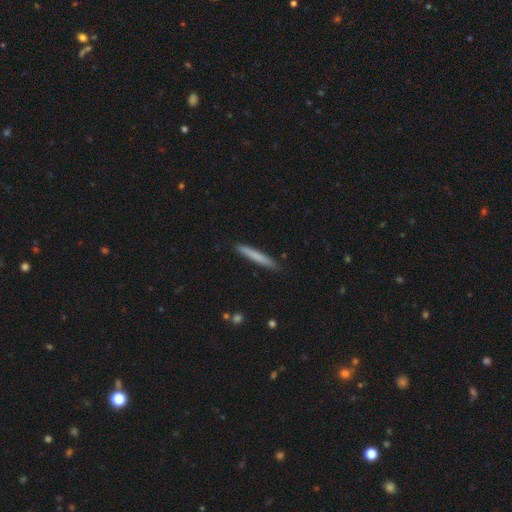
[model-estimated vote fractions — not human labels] smooth_or_featured: smooth (p=0.75) [alt: featured or disk p=0.20]
how_rounded: cigar-shaped (p=0.96) [alt: in between p=0.03]
merging: none (p=0.88) [alt: minor disturbance p=0.09]